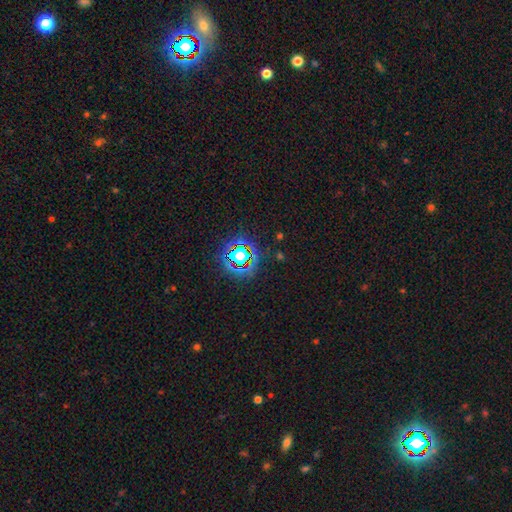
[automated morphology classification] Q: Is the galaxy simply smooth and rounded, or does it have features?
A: star or artifact — 77%.